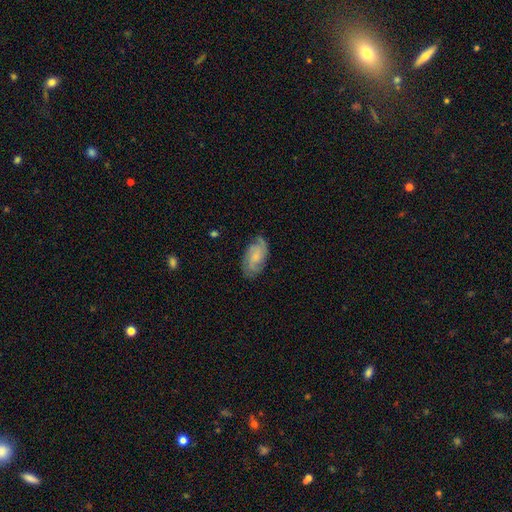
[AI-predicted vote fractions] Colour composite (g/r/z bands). It shows a featured or disk galaxy (66%) with no bar (62%), 2 (43%) tight (44%) spiral arms (94%) and a small central bulge (52%). Merging: none (75%).